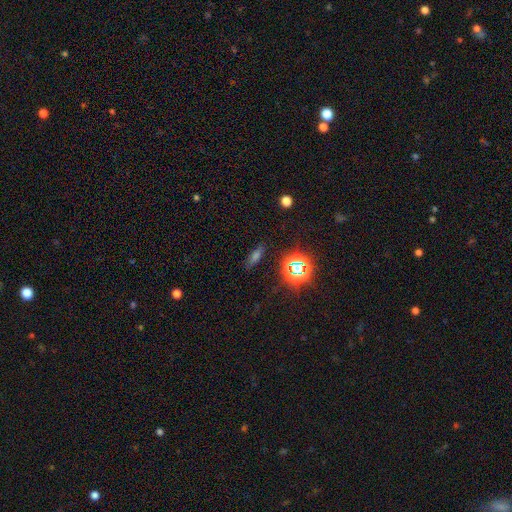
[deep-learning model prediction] Morphology: type=smooth (50%); merging=none (85%).